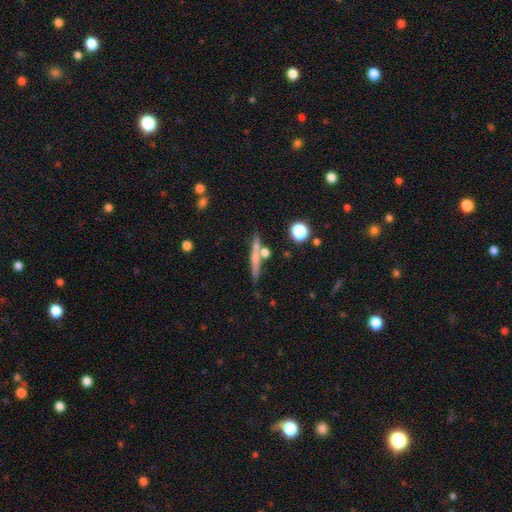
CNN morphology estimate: smooth-or-featured: smooth: 51% | featured or disk: 40% | star or artifact: 9%
  how-rounded: cigar-shaped: 89% | in between: 6% | round: 5%
  merging: none: 74% | merger: 12% | minor disturbance: 10% | major disturbance: 3%